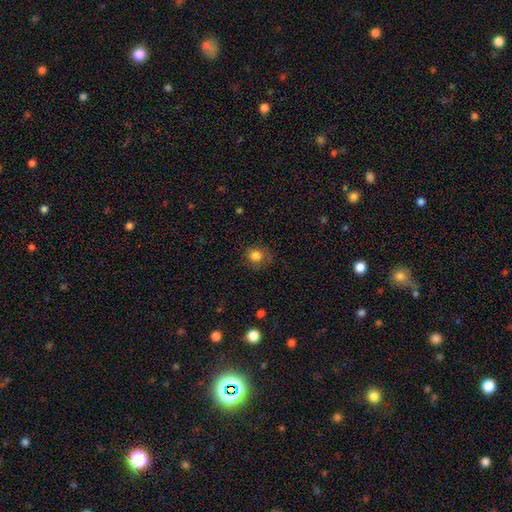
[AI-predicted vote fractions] Morphology: type=smooth (82%); roundness=round (81%); merging=none (73%).